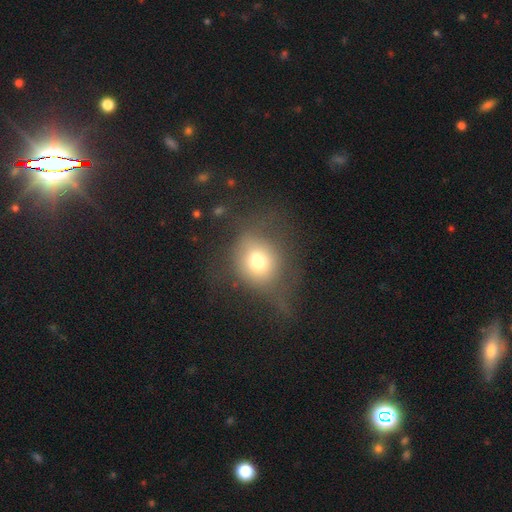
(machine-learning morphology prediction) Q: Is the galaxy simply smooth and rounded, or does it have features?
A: smooth — 65%.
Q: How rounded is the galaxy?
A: round — 68%.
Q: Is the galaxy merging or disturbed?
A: none — 44%.